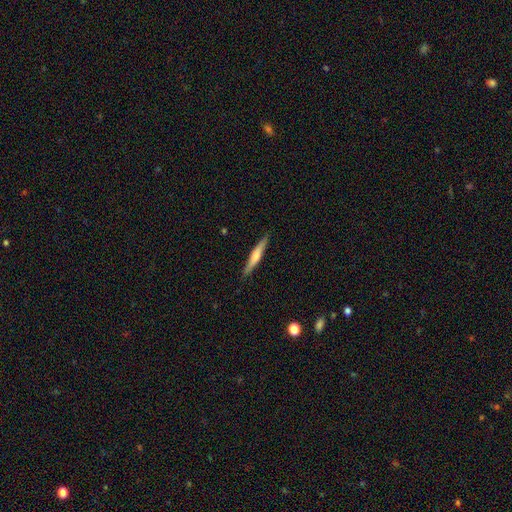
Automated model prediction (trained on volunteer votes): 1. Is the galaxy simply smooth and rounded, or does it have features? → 48% featured or disk, 46% smooth, 5% star or artifact.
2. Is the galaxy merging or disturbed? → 89% none, 8% minor disturbance, 2% major disturbance, 1% merger.